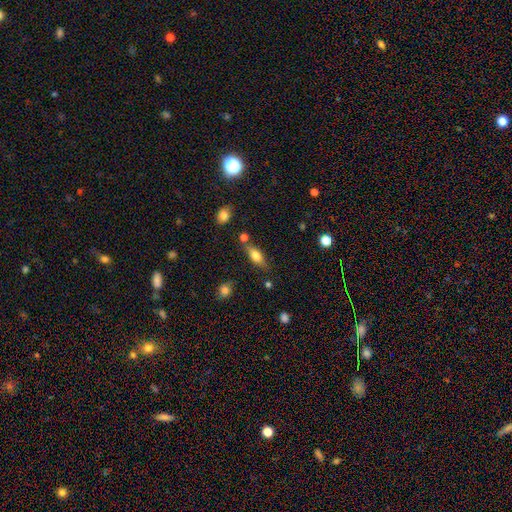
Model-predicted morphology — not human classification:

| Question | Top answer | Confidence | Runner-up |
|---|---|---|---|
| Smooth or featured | smooth | 69% | featured or disk (22%) |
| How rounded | in between | 72% | cigar-shaped (23%) |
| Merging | none | 69% | minor disturbance (17%) |